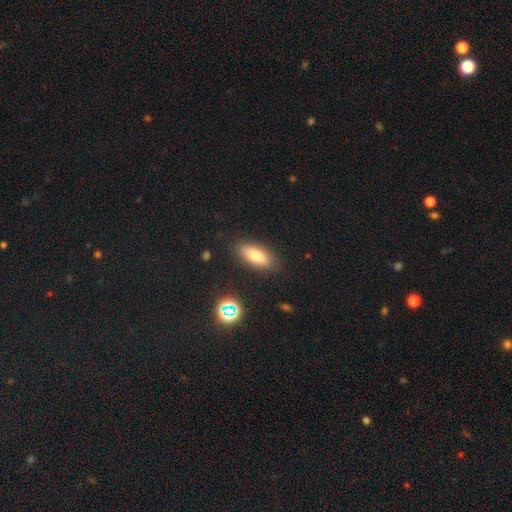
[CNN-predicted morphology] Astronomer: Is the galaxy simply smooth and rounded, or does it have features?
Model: smooth — 78%.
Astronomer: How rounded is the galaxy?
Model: in between — 77%.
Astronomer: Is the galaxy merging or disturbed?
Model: none — 86%.